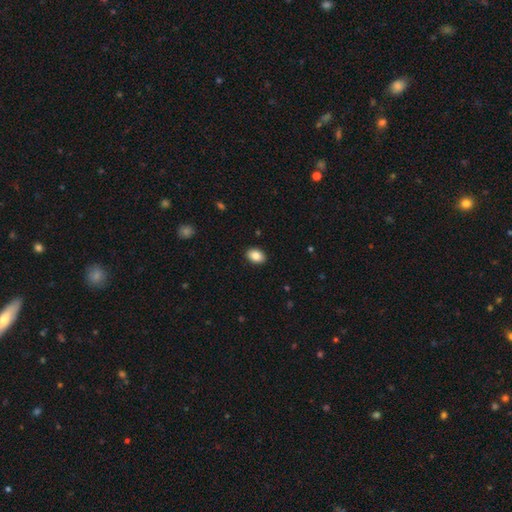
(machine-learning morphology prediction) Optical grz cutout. It shows a smooth galaxy with no disk features (86%) that is in between round and cigar-shaped (81%). Merging: none (90%).